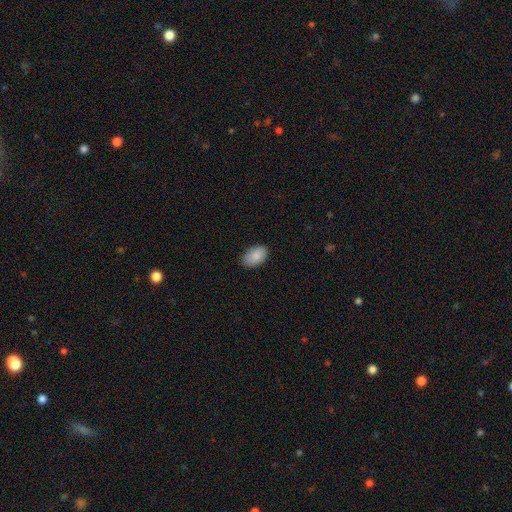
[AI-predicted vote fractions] This is clearly a smooth galaxy (89%). How rounded: clearly in between (93%). Merging: clearly none (86%).